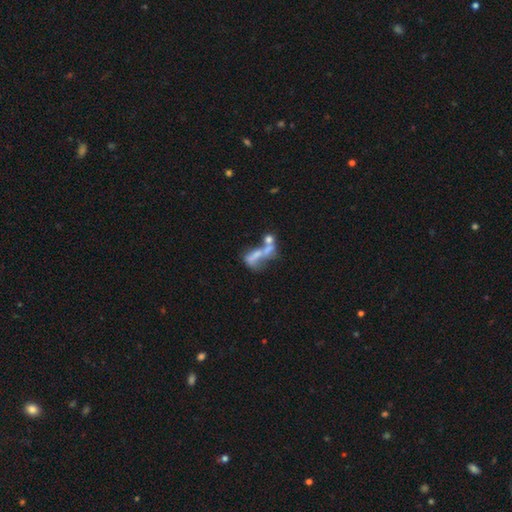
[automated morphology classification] smooth_or_featured: featured or disk (p=0.44) [alt: smooth p=0.40]
merging: merger (p=0.54) [alt: major disturbance p=0.23]